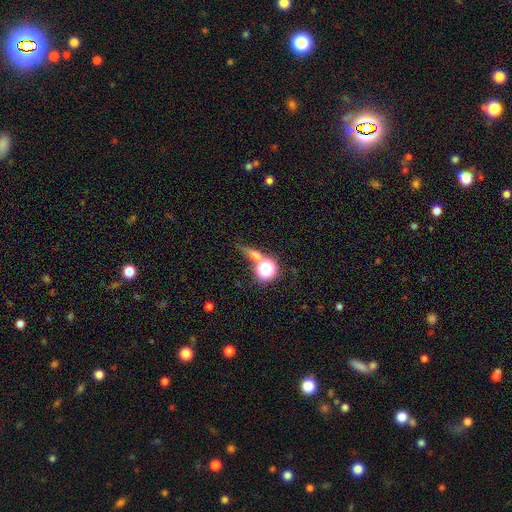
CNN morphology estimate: A smooth galaxy with no disk features (46%). Merging: none (61%).